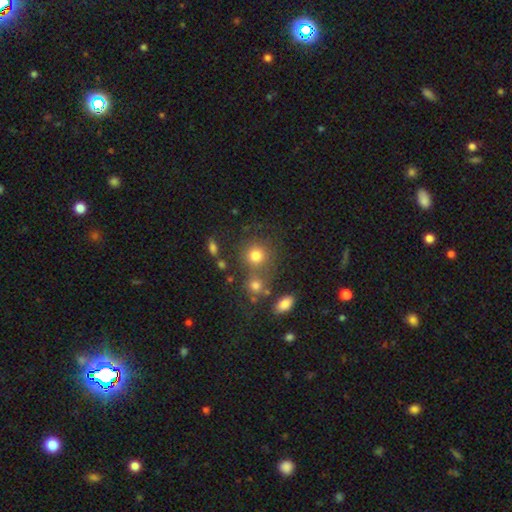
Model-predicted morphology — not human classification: type=smooth (76%); roundness=round (86%); merging=none (58%).